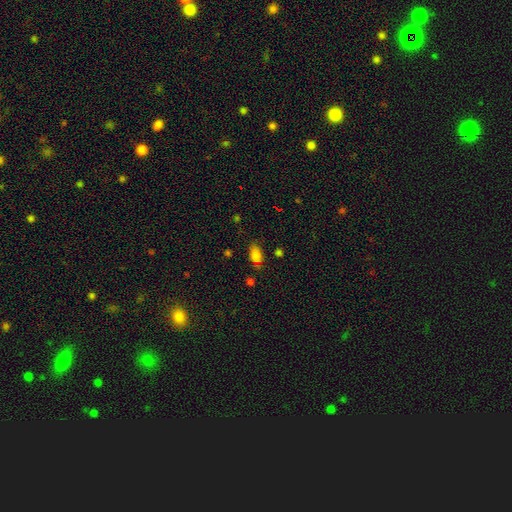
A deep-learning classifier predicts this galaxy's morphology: Smooth or featured: smooth — 78% (star or artifact — 15%)
How rounded: in between — 87% (round — 10%)
Merging: none — 69% (minor disturbance — 22%)